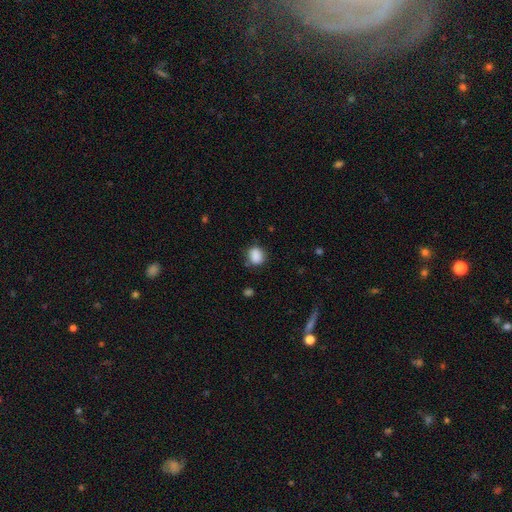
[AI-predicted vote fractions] Overall: smooth (87%). How rounded: round (63%; in between 36%). Merging: none (76%).